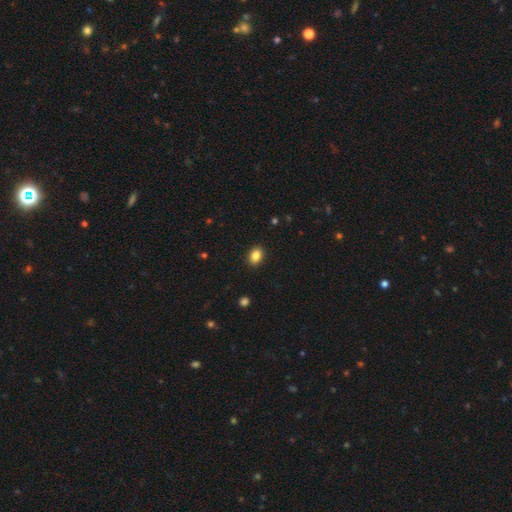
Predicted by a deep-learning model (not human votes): Morphology: type=smooth (86%); roundness=in between (69%); merging=none (89%).